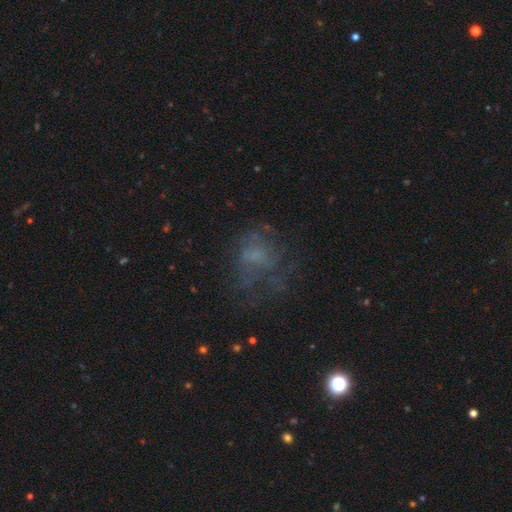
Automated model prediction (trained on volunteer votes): This appears to be a featured or disk galaxy (43%). Merging: none (46%).